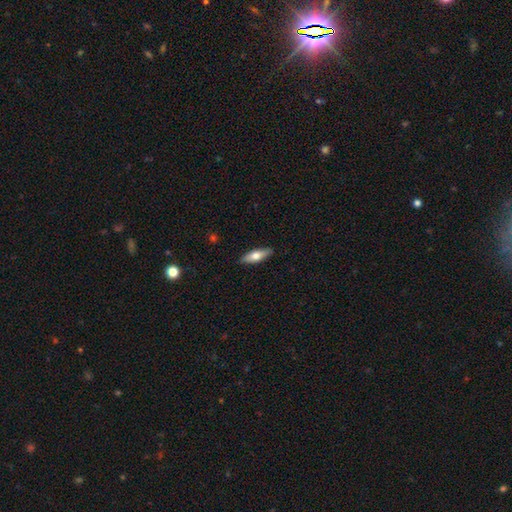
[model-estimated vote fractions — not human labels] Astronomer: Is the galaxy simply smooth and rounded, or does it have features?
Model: smooth — 63%.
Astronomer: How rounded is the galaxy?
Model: in between — 53% (runner-up: cigar-shaped, 44%).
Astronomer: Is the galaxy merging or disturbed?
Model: none — 88%.